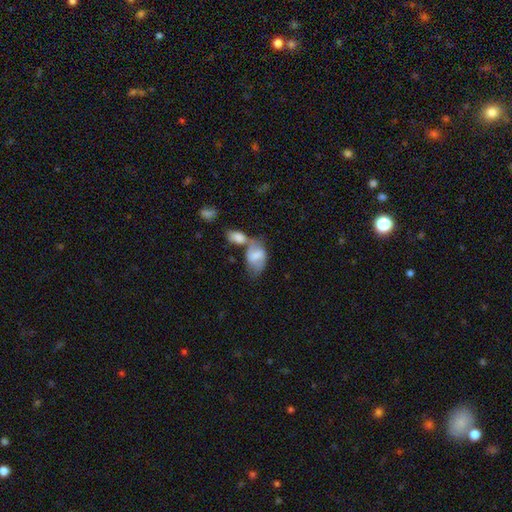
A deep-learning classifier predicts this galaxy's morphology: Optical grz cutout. It shows a smooth galaxy with no disk features (59%) that is in between round and cigar-shaped (89%). Merging: merger (53%).